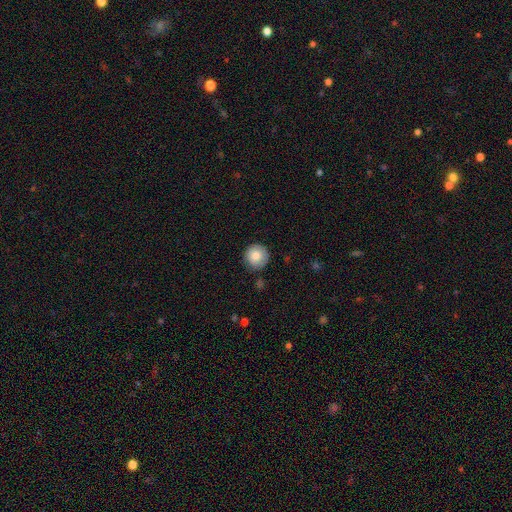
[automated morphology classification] A smooth galaxy with no disk features (83%) that is round (95%). Merging: none (84%).